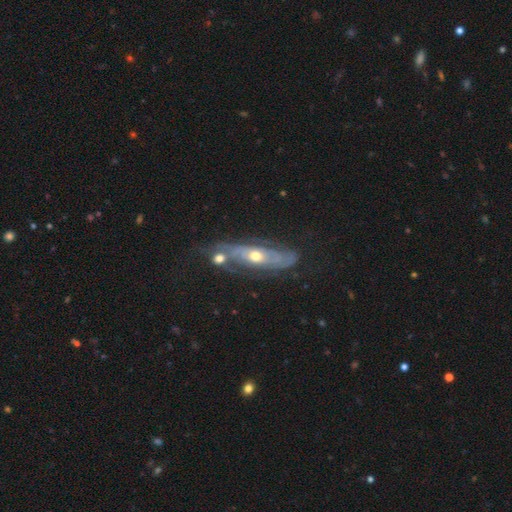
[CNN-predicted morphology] Smooth or featured? Predicted: featured or disk (p=0.74). Edge-on disk? Predicted: no (p=0.59). Merging? Predicted: none (p=0.56).